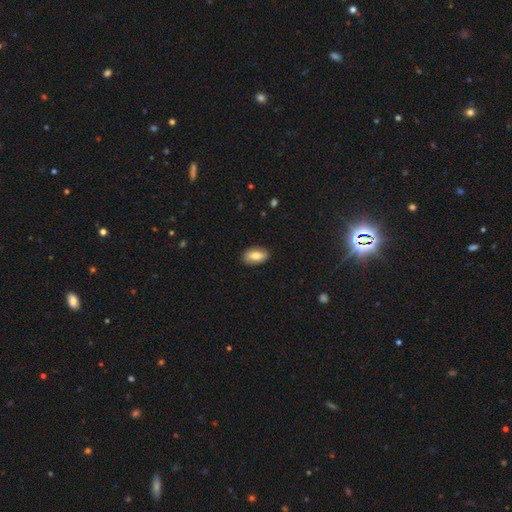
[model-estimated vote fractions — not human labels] smooth-or-featured: smooth: 75% | featured or disk: 18% | star or artifact: 7%
  how-rounded: in between: 92% | round: 5% | cigar-shaped: 3%
  merging: none: 86% | minor disturbance: 10% | major disturbance: 2% | merger: 1%